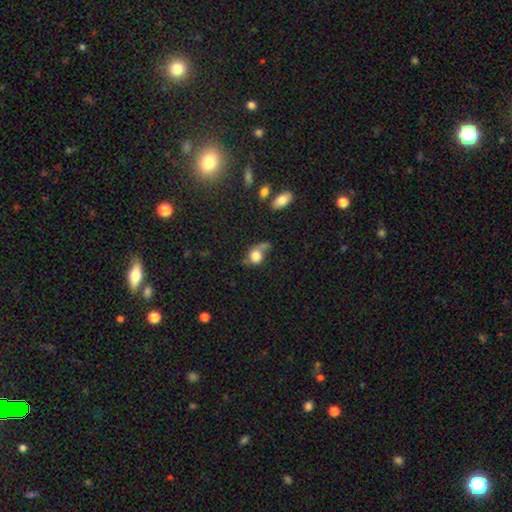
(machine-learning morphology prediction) Smooth or featured?
  - smooth: 79% *
  - featured or disk: 11%
  - star or artifact: 10%
How rounded?
  - round: 71% *
  - in between: 27%
  - cigar-shaped: 2%
Merging?
  - none: 39% *
  - minor disturbance: 22%
  - merger: 21%
  - major disturbance: 18%